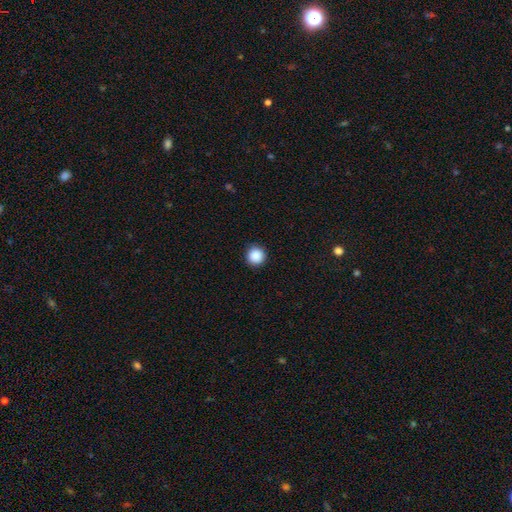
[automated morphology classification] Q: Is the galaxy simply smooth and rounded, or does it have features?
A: smooth — 89%.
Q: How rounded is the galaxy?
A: round — 96%.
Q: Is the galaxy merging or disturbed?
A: none — 91%.